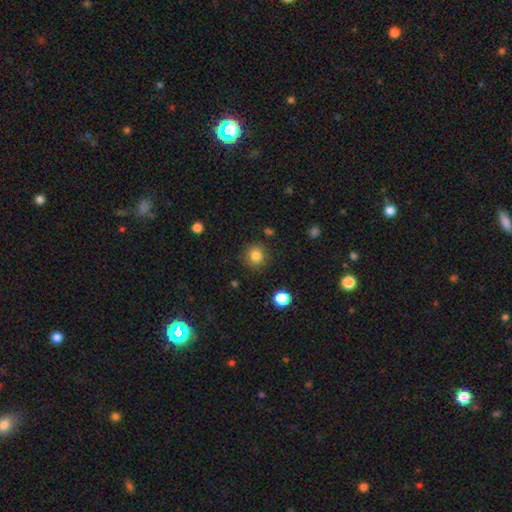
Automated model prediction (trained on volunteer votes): smooth 84%, star or artifact 11%, featured or disk 5%. Down the decision tree: how rounded — round (90%); merging — none (87%).